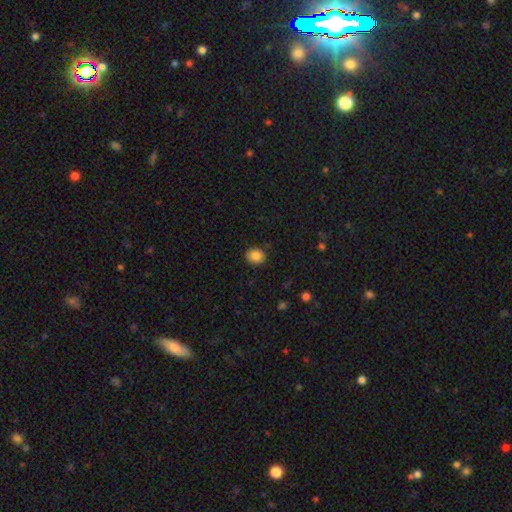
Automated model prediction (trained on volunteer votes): This is clearly a smooth galaxy (86%). How rounded: likely round (66%). Merging: clearly none (87%).